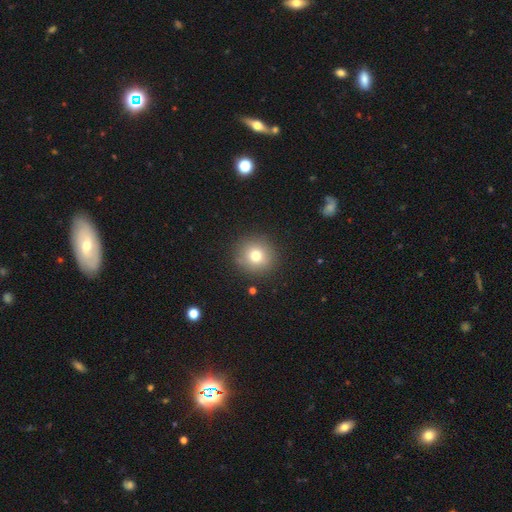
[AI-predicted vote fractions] Smooth or featured? smooth (76%)
How rounded? round (93%)
Merging? none (89%)